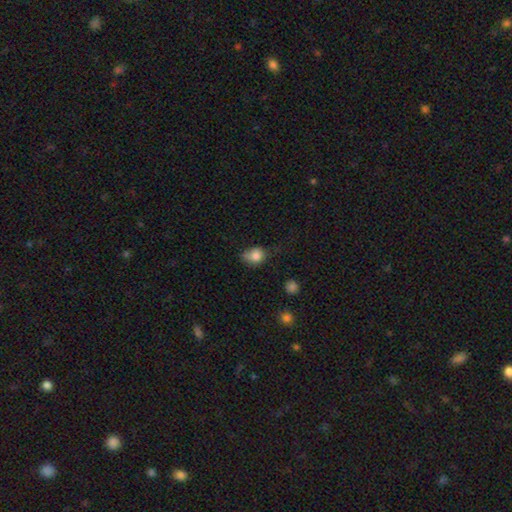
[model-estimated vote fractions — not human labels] Overall: smooth (82%). How rounded: in between (52%; round 46%). Merging: none (41%, tied with minor disturbance).